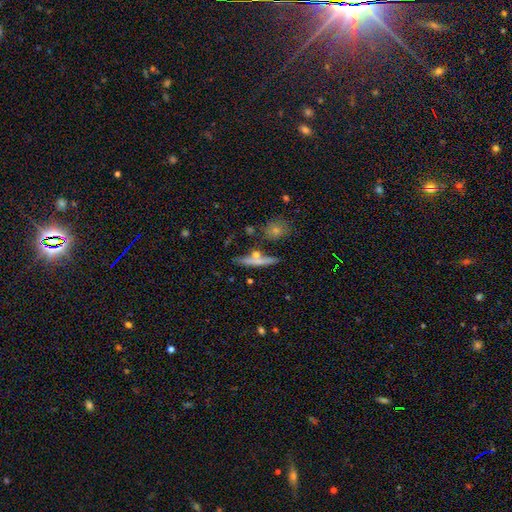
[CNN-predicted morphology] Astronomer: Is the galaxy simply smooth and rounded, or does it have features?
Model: smooth — 45%, tied with featured or disk at 45%.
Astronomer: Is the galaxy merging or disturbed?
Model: none — 72%.